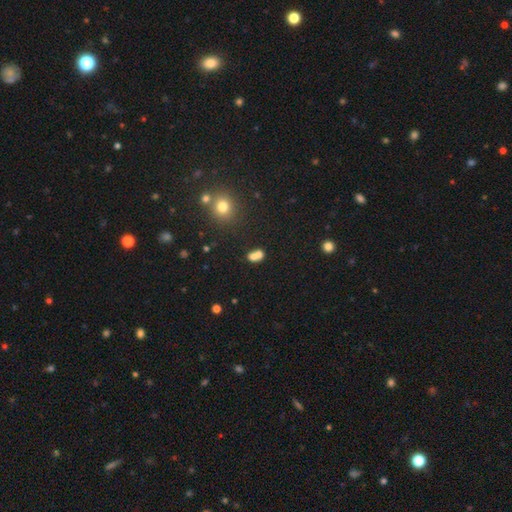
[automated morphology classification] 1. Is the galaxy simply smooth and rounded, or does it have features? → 72% smooth, 14% star or artifact, 14% featured or disk.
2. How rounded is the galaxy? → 56% in between, 42% round, 2% cigar-shaped.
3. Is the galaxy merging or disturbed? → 56% merger, 30% none, 9% minor disturbance, 5% major disturbance.